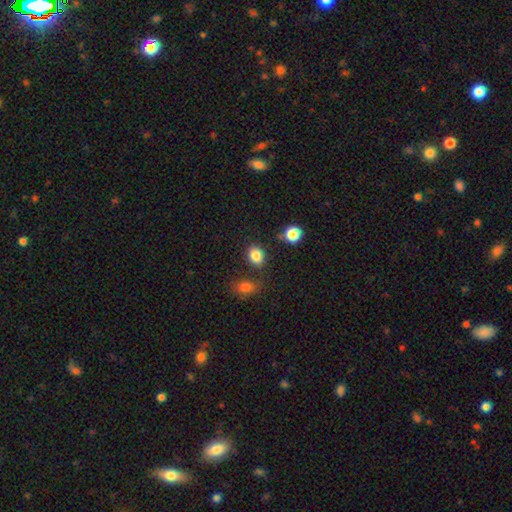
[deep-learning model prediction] smooth-or-featured: smooth: 84% | star or artifact: 11% | featured or disk: 5%
  how-rounded: in between: 51% | round: 48% | cigar-shaped: 1%
  merging: none: 77% | minor disturbance: 12% | merger: 7% | major disturbance: 4%